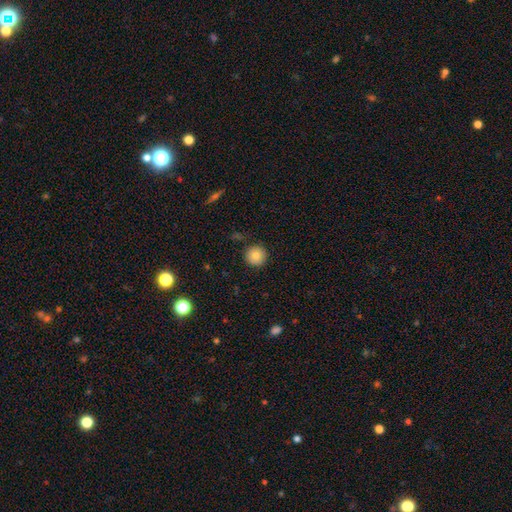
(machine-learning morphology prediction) This appears to be a smooth galaxy with no disk features (82%) that is round (95%). Merging: none (90%).